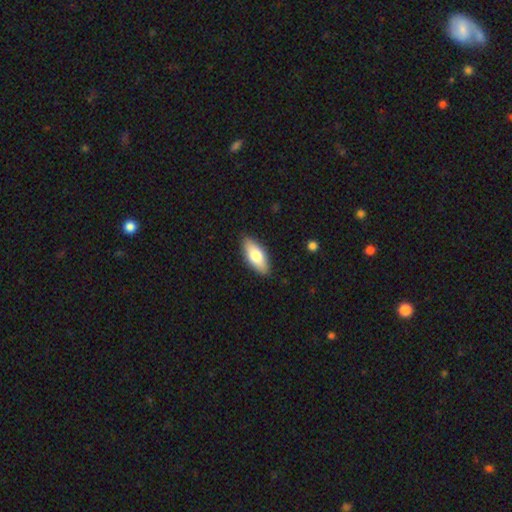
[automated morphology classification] This is likely a smooth galaxy (74%). How rounded: clearly in between (80%). Merging: clearly none (88%).